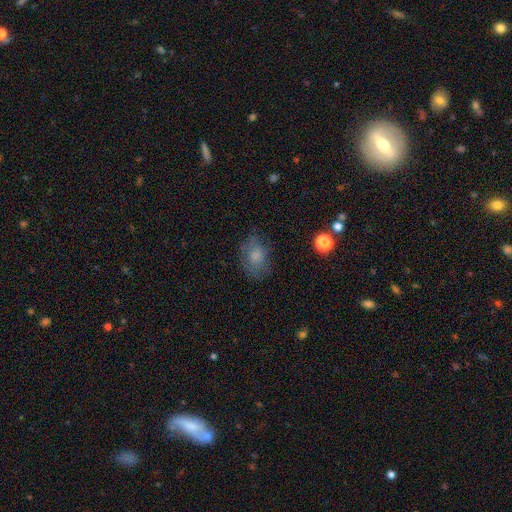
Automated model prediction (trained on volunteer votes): Smooth or featured: smooth — 71% (featured or disk — 19%)
How rounded: in between — 73% (round — 26%)
Merging: none — 66% (minor disturbance — 22%)